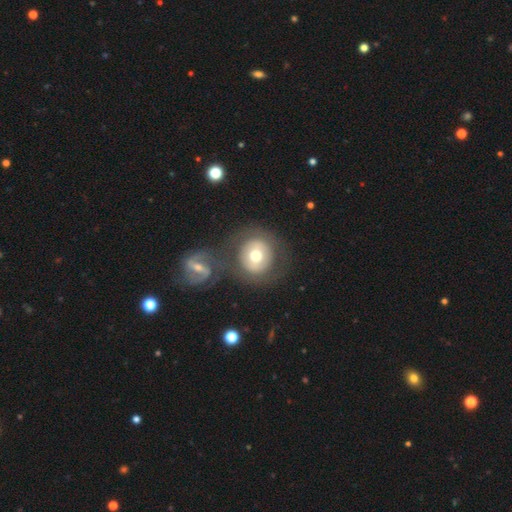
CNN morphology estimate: Smooth or featured: smooth — 55% (featured or disk — 37%)
How rounded: round — 86% (in between — 13%)
Merging: none — 59% (merger — 25%)